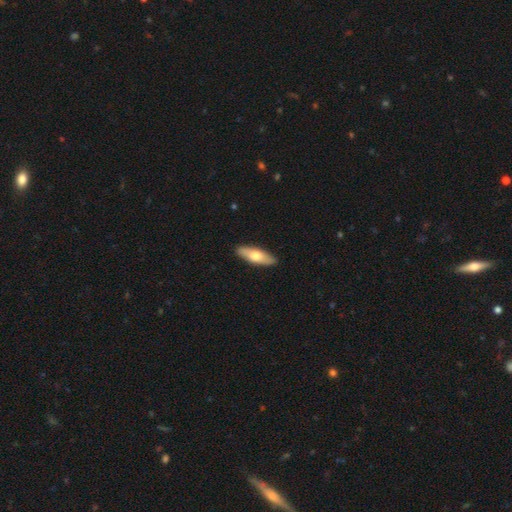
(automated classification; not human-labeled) Smooth or featured? smooth (64%)
How rounded? in between (53%)
Merging? none (90%)